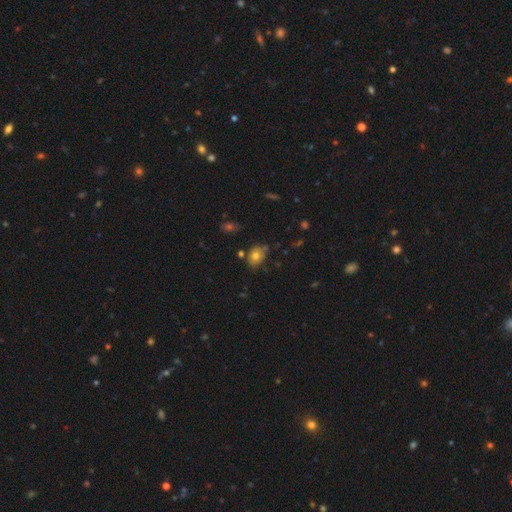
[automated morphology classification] This appears to be a smooth galaxy with no disk features (74%) that is in between round and cigar-shaped (63%). Merging: none (67%).